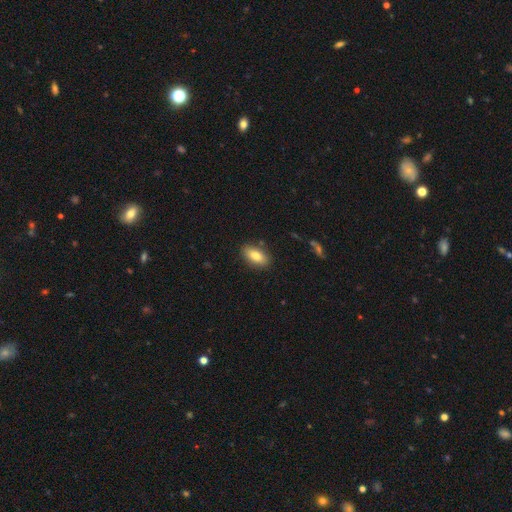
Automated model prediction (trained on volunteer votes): The model was most divided on "smooth or featured": smooth: 80%, featured or disk: 13%, star or artifact: 7%. More confident: how rounded — in between (89%); merging — none (85%).